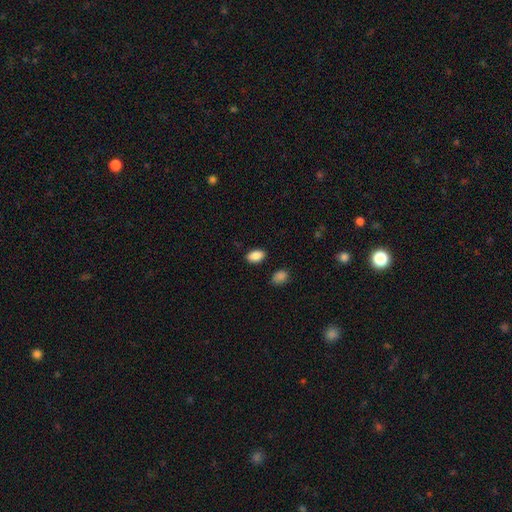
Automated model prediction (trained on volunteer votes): Smooth or featured?
  - smooth: 89% *
  - star or artifact: 7%
  - featured or disk: 4%
How rounded?
  - in between: 92% *
  - round: 6%
  - cigar-shaped: 2%
Merging?
  - none: 86% *
  - minor disturbance: 10%
  - major disturbance: 2%
  - merger: 2%